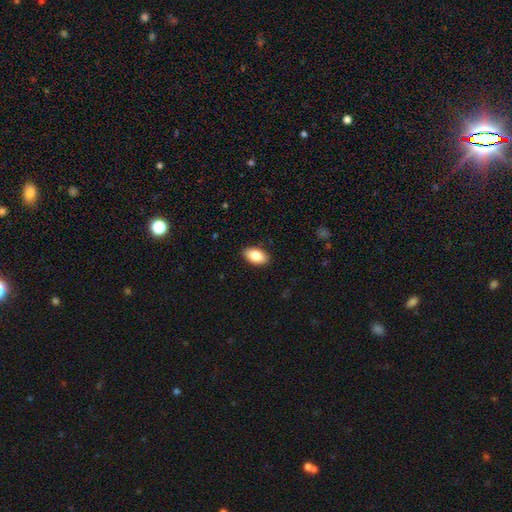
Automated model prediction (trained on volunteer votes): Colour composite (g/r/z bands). It shows a smooth galaxy with no disk features (85%) that is in between round and cigar-shaped (94%). Merging: none (89%).